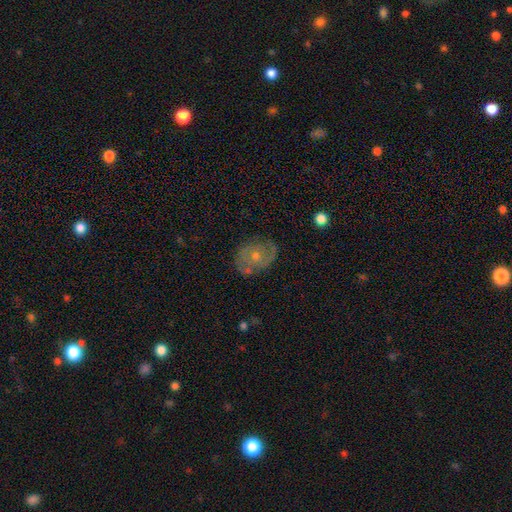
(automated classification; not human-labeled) A featured or disk galaxy (65%) with no bar (84%), spiral arms (66%) and a small central bulge (55%).

Vote fractions:
- Smooth or featured? featured or disk: 65% / smooth: 26% / star or artifact: 9%
- Edge-on disk? no: 96% / yes: 4%
- Bar? no: 84% / weak: 14% / strong: 3%
- Spiral arms? yes: 66% / no: 34%
- Bulge size? small: 55% / moderate: 41% / none: 2% / large: 1% / dominant: 1%
- Merging? none: 71% / minor disturbance: 20% / major disturbance: 7% / merger: 2%